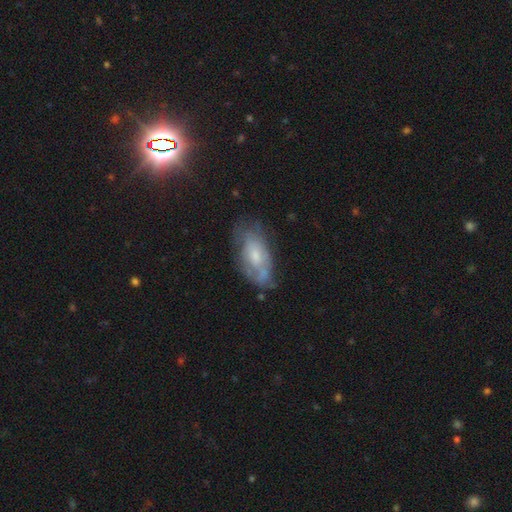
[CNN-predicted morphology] This is possibly a featured or disk galaxy (53%). It is clearly not viewed edge-on (89%). Merging: possibly none (56%).